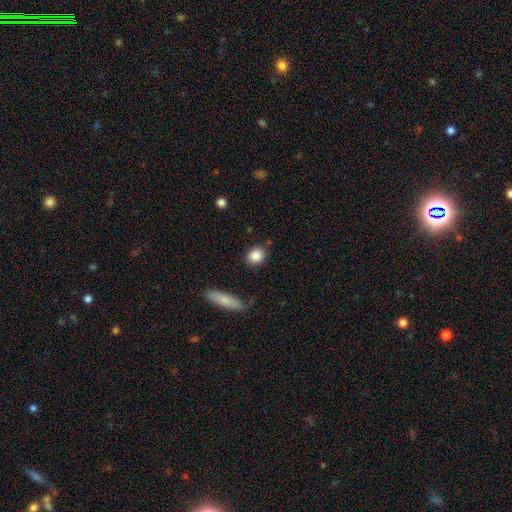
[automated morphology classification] Smooth or featured? smooth (86%)
How rounded? round (63%)
Merging? none (83%)